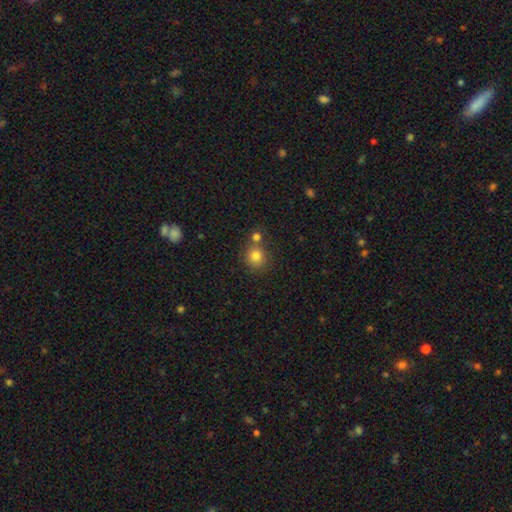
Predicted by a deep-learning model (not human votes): A smooth galaxy with no disk features (81%) that is round (89%). Merging: none (61%).